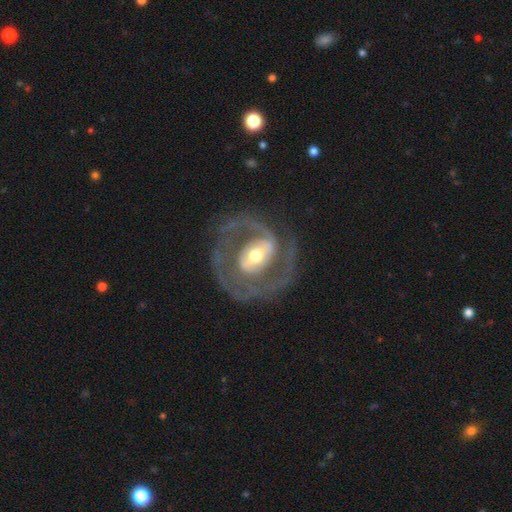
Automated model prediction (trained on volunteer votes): A featured or disk galaxy (87%) with a strong bar (38%), 2 (80%) medium (48%) spiral arms (89%) and a moderate central bulge (65%).

Vote fractions:
- Smooth or featured? featured or disk: 87% / smooth: 8% / star or artifact: 4%
- Edge-on disk? no: 97% / yes: 3%
- Bar? strong: 38% / weak: 37% / no: 26%
- Spiral arms? yes: 89% / no: 11%
- Spiral winding? medium: 48% / tight: 37% / loose: 15%
- Spiral arm count? 2: 80% / can't tell: 7% / 1: 5% / 3: 5% / 4: 2% / more than 4: 2%
- Bulge size? moderate: 65% / small: 21% / large: 12% / dominant: 1% / none: 1%
- Merging? none: 71% / minor disturbance: 14% / major disturbance: 14% / merger: 2%